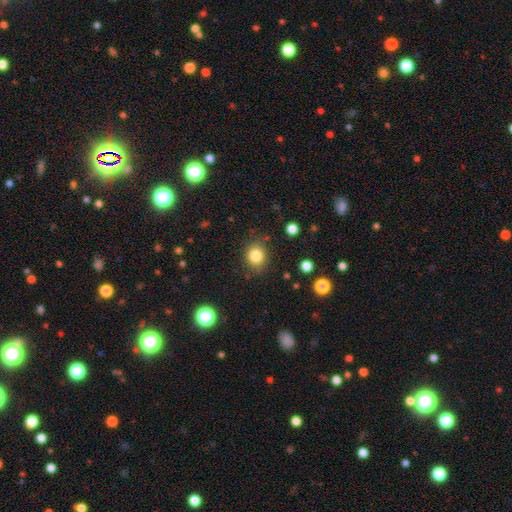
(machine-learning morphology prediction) This appears to be a smooth galaxy with no disk features (82%) that is round (74%). Merging: none (83%).